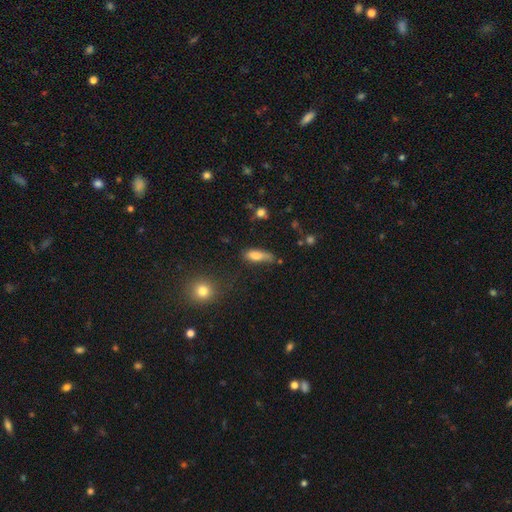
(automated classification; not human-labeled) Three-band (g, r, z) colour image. It shows a smooth galaxy with no disk features (77%) that is in between round and cigar-shaped (64%). Merging: none (40%).